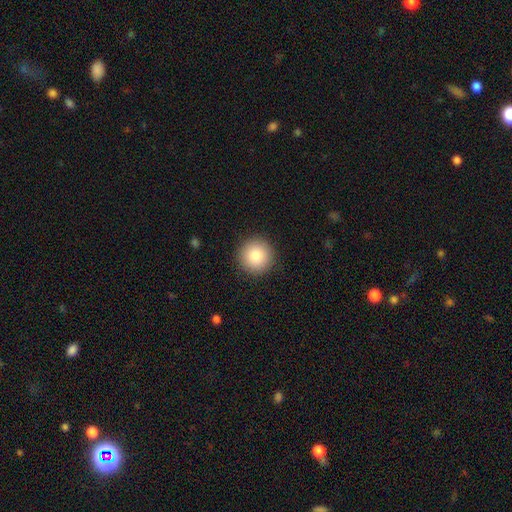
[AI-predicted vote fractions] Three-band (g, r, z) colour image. It shows a smooth galaxy with no disk features (85%) that is round (95%). Merging: none (92%).